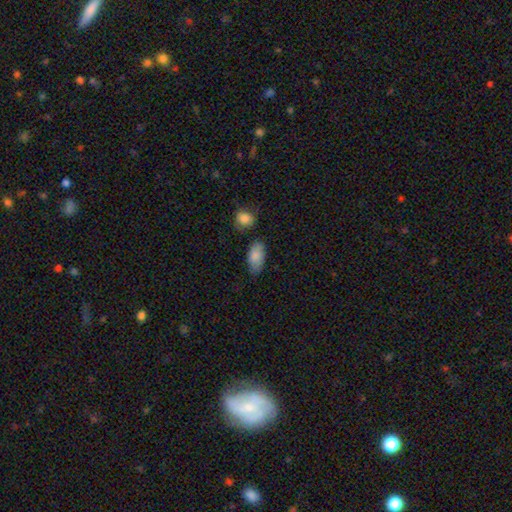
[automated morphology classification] smooth 85%, featured or disk 8%, star or artifact 7%. Down the decision tree: how rounded — in between (93%); merging — none (68%).